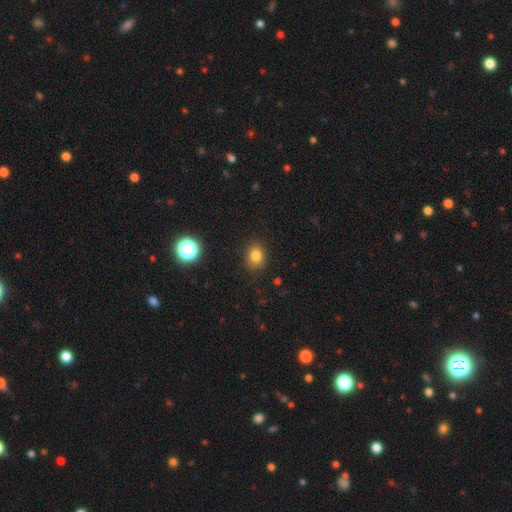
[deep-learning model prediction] Smooth or featured: smooth — 81% (star or artifact — 13%)
How rounded: round — 58% (in between — 41%)
Merging: none — 85% (minor disturbance — 11%)